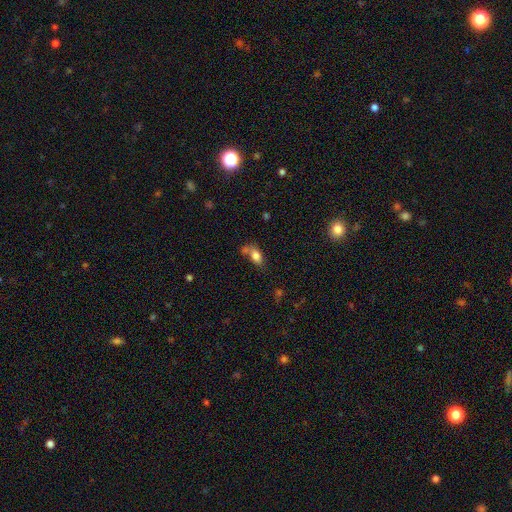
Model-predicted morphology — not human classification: This is likely a smooth galaxy (78%). How rounded: clearly in between (83%). Merging: marginally none (39%).